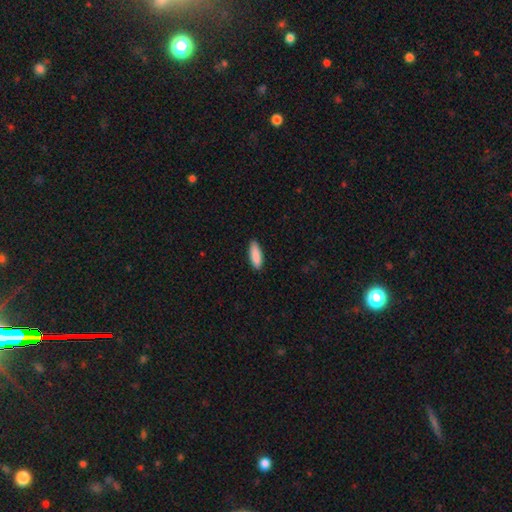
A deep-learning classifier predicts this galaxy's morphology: smooth 90%, star or artifact 6%, featured or disk 5%. Down the decision tree: how rounded — in between (58%); merging — none (87%).